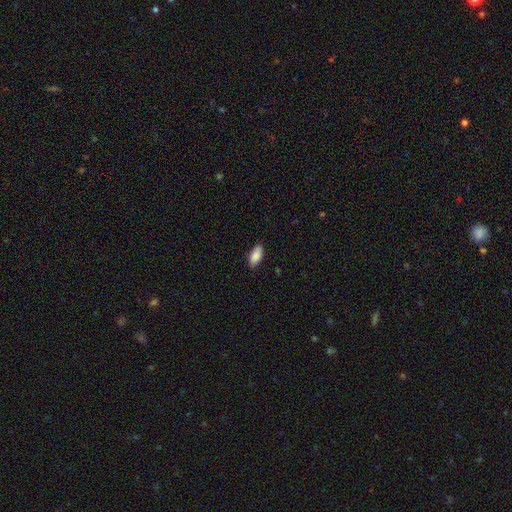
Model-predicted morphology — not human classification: A smooth galaxy with no disk features (88%) that is in between round and cigar-shaped (89%). Merging: none (82%).